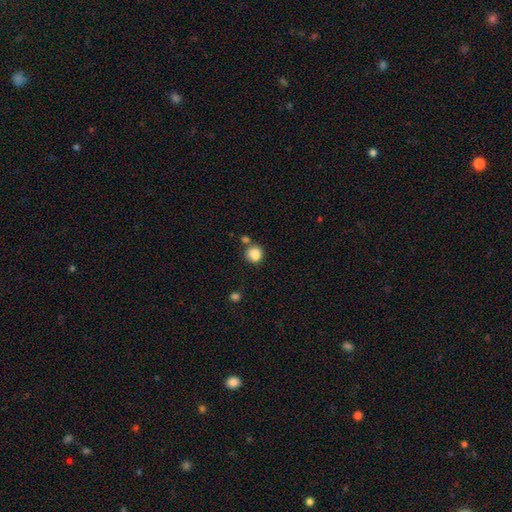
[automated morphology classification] smooth 86%, star or artifact 9%, featured or disk 5%. Down the decision tree: how rounded — round (85%); merging — none (65%).